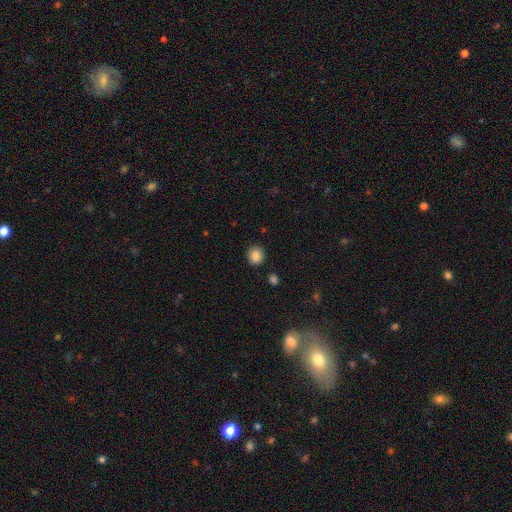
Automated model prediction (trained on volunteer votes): This is clearly a smooth galaxy (86%). How rounded: clearly round (83%). Merging: clearly none (89%).